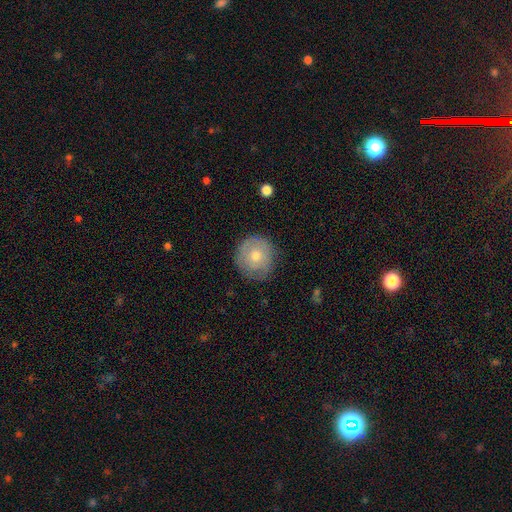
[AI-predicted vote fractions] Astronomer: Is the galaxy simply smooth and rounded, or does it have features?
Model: smooth — 50% (runner-up: featured or disk, 42%).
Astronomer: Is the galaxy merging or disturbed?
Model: none — 79%.